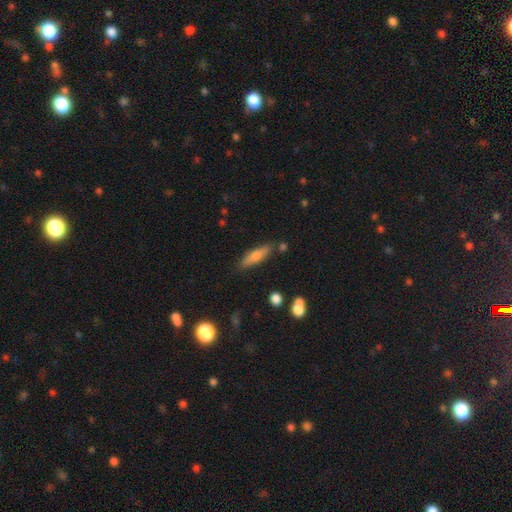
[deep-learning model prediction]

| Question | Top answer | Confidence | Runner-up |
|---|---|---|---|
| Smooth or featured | smooth | 63% | featured or disk (29%) |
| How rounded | cigar-shaped | 71% | in between (26%) |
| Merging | none | 81% | minor disturbance (12%) |